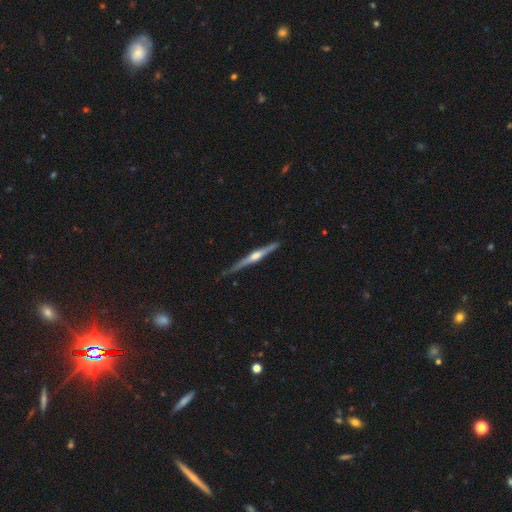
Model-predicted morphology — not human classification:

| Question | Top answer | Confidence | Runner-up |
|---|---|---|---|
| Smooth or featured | featured or disk | 79% | smooth (16%) |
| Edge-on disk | yes | 98% | no (2%) |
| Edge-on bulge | rounded | 87% | boxy (7%) |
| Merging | none | 82% | minor disturbance (14%) |